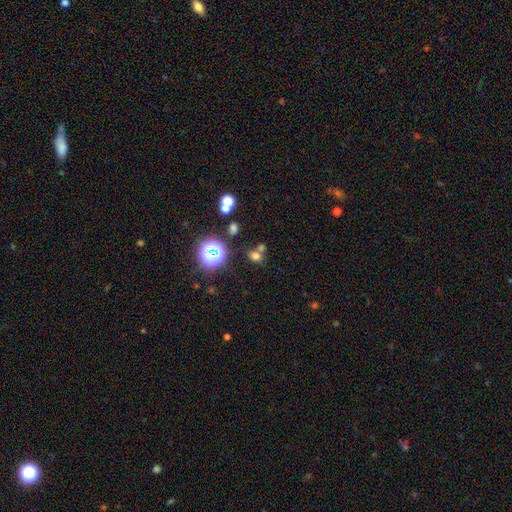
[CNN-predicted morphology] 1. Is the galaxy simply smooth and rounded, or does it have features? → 62% smooth, 28% star or artifact, 9% featured or disk.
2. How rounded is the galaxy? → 57% round, 41% in between, 1% cigar-shaped.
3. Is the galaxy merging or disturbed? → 59% none, 26% merger, 10% minor disturbance, 4% major disturbance.